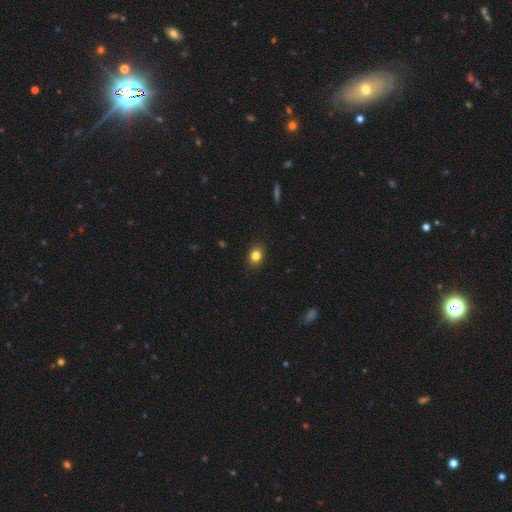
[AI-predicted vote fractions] This is clearly a smooth galaxy (82%). How rounded: possibly in between (52%). Merging: clearly none (89%).